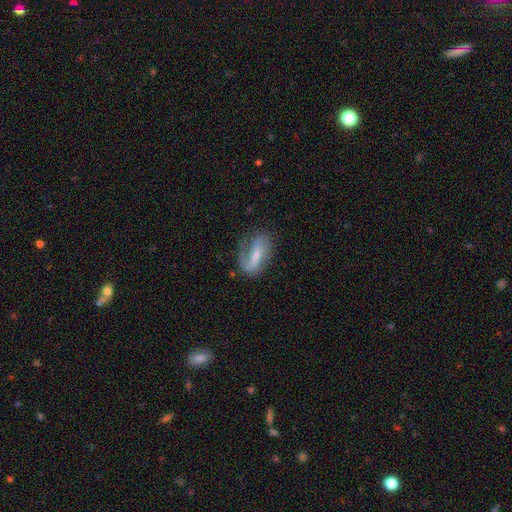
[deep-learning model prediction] Smooth or featured? Predicted: featured or disk (p=0.69). Edge-on disk? Predicted: no (p=0.94). Bar? Predicted: weak (p=0.42). Spiral arms? Predicted: yes (p=0.86). Spiral winding? Predicted: medium (p=0.39). Spiral arm count? Predicted: 1 (p=0.50). Bulge size? Predicted: small (p=0.45). Merging? Predicted: none (p=0.55).